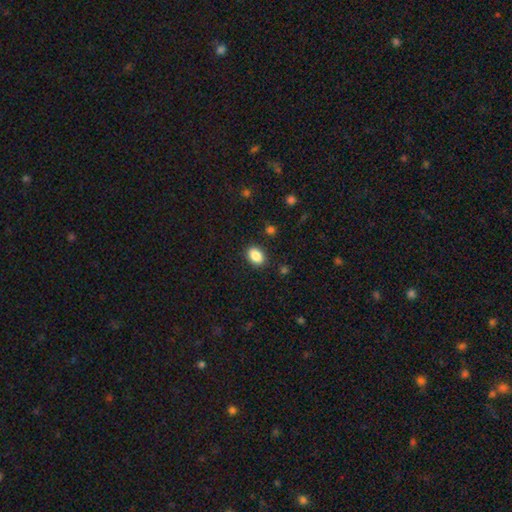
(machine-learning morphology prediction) type=smooth (86%); roundness=in between (80%); merging=none (88%).